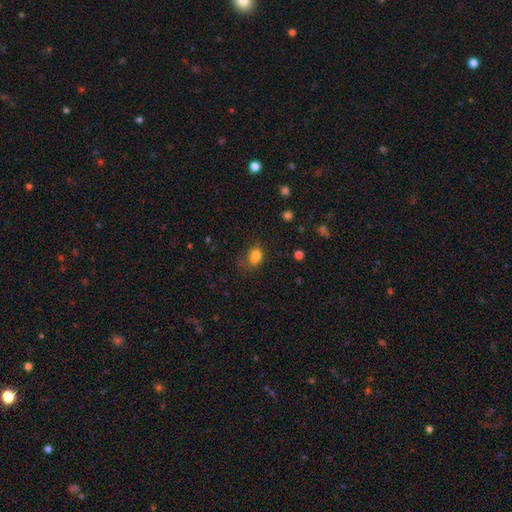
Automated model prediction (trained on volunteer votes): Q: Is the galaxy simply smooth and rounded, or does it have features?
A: smooth — 80%.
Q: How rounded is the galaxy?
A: in between — 64%.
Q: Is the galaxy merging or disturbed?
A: none — 49%.